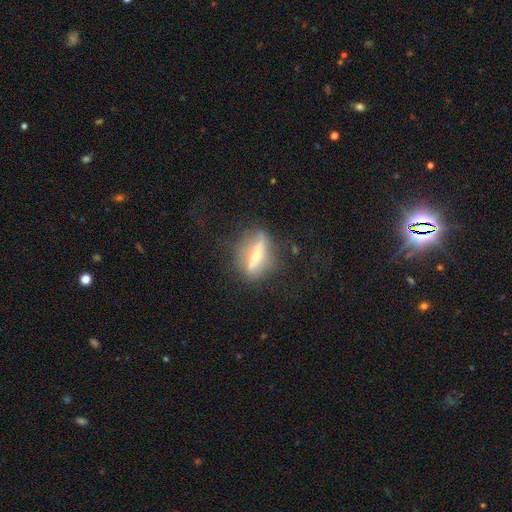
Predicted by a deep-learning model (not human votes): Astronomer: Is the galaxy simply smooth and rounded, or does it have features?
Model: featured or disk — 67%.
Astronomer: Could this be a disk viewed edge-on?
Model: yes — 75%.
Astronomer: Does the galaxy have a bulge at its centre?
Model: rounded — 78%.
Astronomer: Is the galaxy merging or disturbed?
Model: none — 74%.